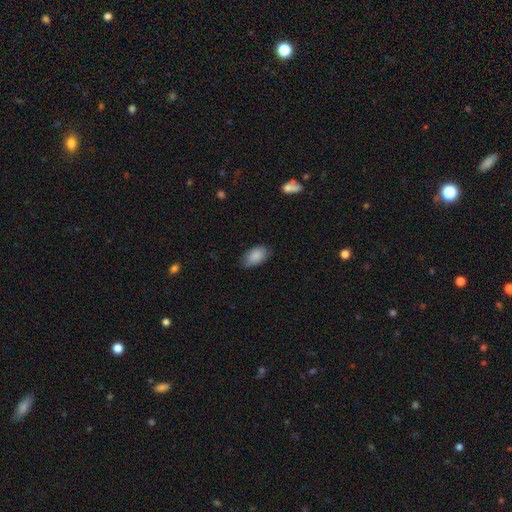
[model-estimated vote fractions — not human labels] Smooth or featured? smooth (88%)
How rounded? in between (93%)
Merging? none (75%)